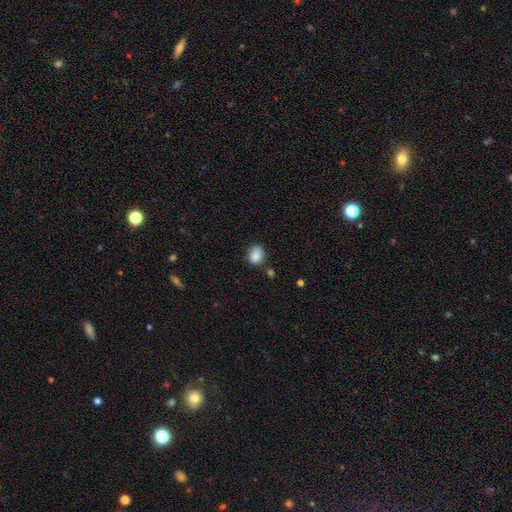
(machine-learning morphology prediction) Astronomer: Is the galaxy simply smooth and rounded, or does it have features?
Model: smooth — 85%.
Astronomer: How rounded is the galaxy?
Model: in between — 55% (runner-up: round, 44%).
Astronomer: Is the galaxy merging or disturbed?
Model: none — 65%.